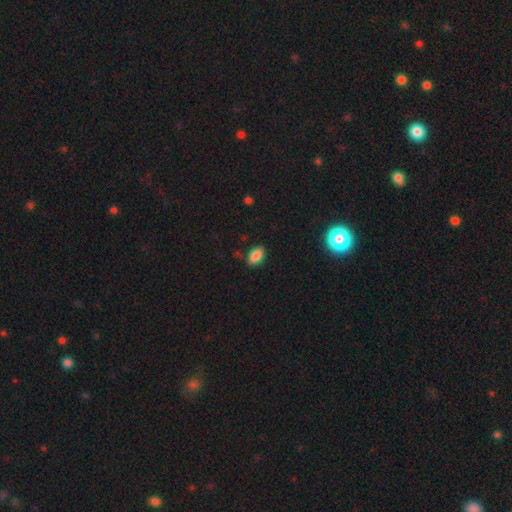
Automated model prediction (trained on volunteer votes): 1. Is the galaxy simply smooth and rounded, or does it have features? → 84% smooth, 10% star or artifact, 6% featured or disk.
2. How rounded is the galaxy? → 90% in between, 7% round, 3% cigar-shaped.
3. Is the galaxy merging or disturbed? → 80% none, 15% minor disturbance, 3% major disturbance, 2% merger.